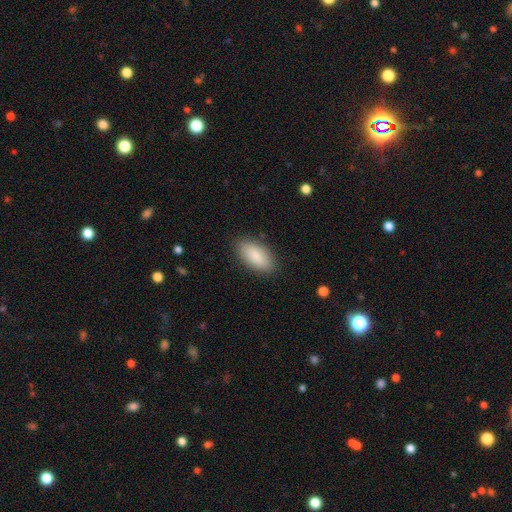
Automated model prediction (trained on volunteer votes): Smooth or featured: smooth — 87% (featured or disk — 7%)
How rounded: in between — 91% (cigar-shaped — 7%)
Merging: none — 87% (minor disturbance — 9%)